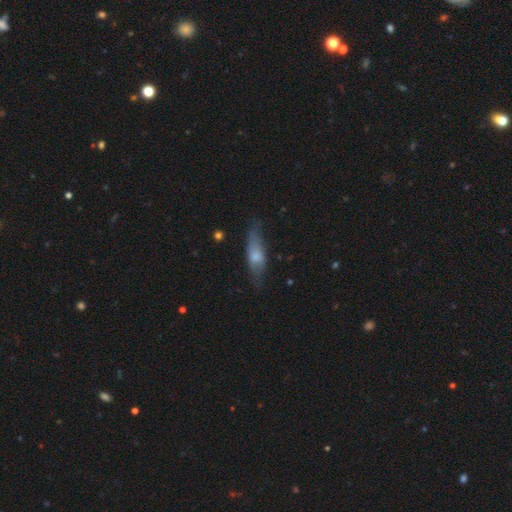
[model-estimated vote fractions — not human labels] smooth_or_featured: smooth (p=0.59) [alt: featured or disk p=0.34]
how_rounded: in between (p=0.51) [alt: cigar-shaped p=0.46]
merging: none (p=0.62) [alt: minor disturbance p=0.27]